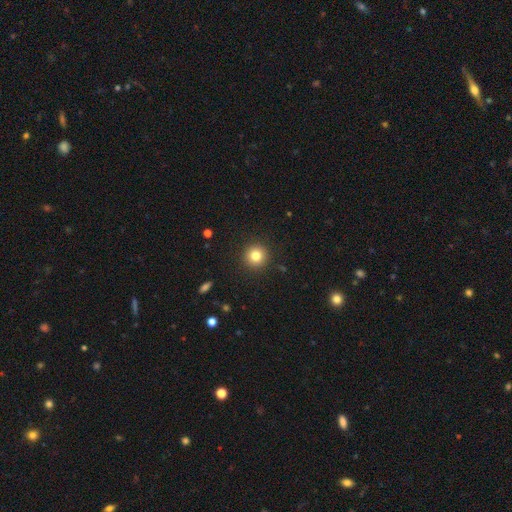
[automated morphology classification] A smooth galaxy with no disk features (81%) that is round (95%).

Vote fractions:
- Smooth or featured? smooth: 81% / star or artifact: 12% / featured or disk: 7%
- How rounded? round: 95% / in between: 4% / cigar-shaped: 1%
- Merging? none: 92% / minor disturbance: 5% / major disturbance: 2% / merger: 1%